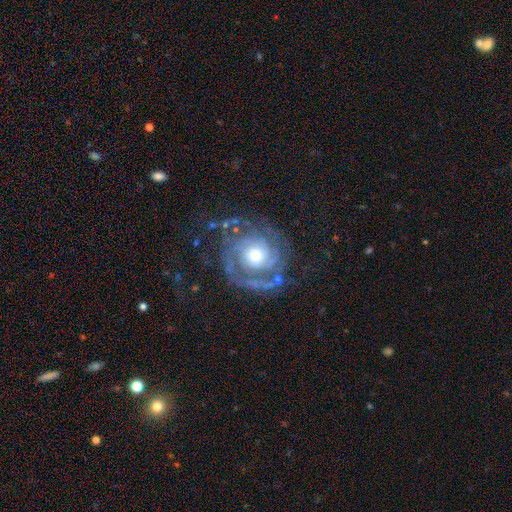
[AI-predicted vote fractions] featured or disk 86%, smooth 8%, star or artifact 6%. Down the decision tree: edge-on disk — no (98%); bar — no (77%); spiral arms — yes (96%); spiral arm count — 2 (30%); spiral winding — tight (67%); bulge size — moderate (66%); merging — none (70%).